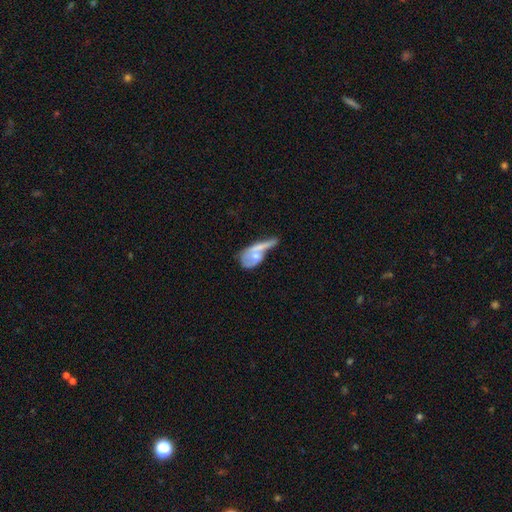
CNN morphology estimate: A smooth galaxy with no disk features (48%). Merging: merger (41%).